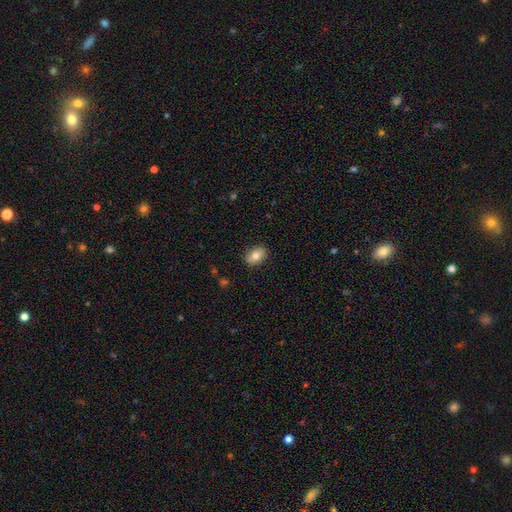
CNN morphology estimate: This appears to be a smooth galaxy with no disk features (81%) that is in between round and cigar-shaped (83%). Merging: none (88%).